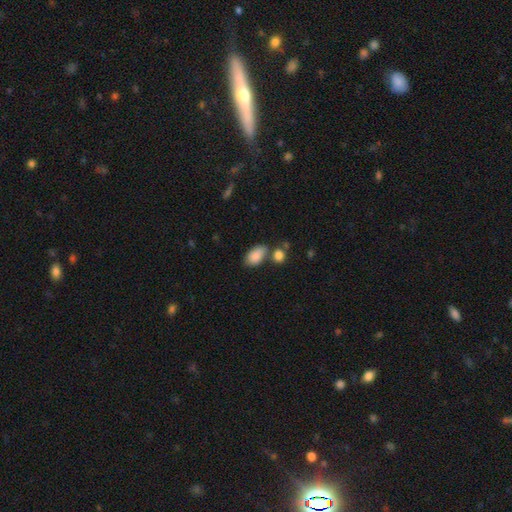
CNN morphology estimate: type=smooth (87%); roundness=in between (91%); merging=none (54%).